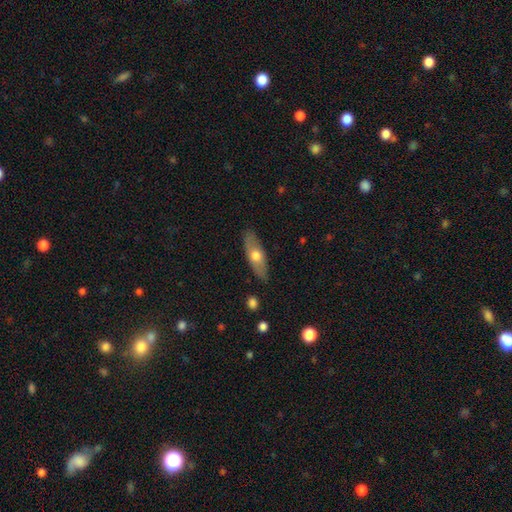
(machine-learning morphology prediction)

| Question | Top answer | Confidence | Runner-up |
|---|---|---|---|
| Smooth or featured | smooth | 56% | featured or disk (39%) |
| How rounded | in between | 58% | cigar-shaped (39%) |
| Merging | none | 84% | minor disturbance (12%) |